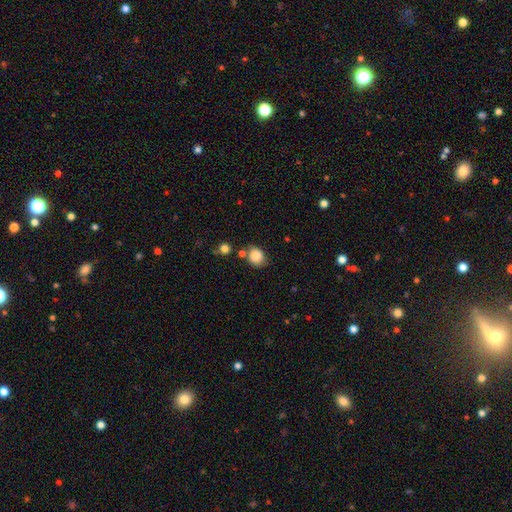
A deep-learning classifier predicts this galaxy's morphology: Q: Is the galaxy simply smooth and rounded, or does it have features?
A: smooth — 84%.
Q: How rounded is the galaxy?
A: round — 66%.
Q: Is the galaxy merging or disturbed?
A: none — 62%.